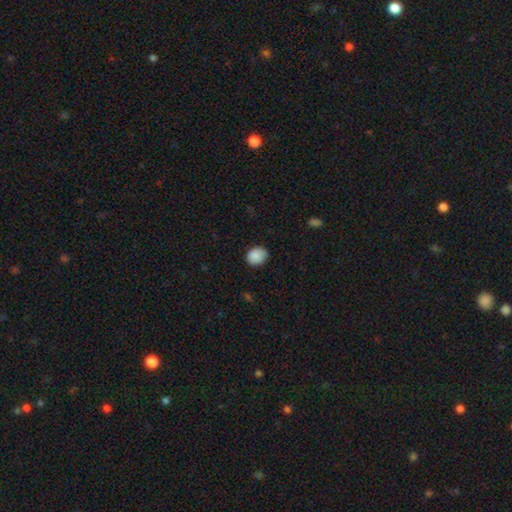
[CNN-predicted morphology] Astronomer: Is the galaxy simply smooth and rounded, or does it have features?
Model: smooth — 89%.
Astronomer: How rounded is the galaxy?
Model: round — 53% (runner-up: in between, 46%).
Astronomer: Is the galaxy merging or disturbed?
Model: none — 81%.